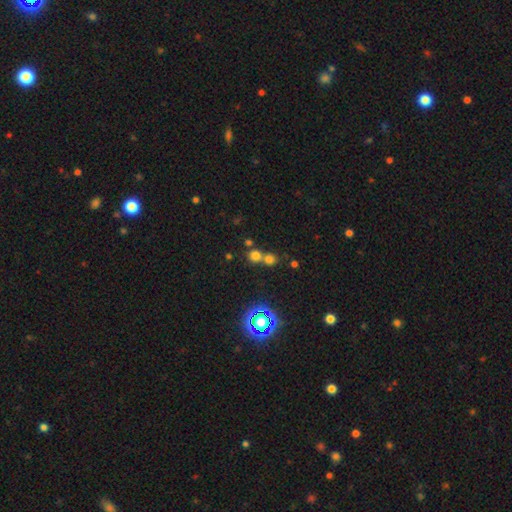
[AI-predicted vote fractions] This appears to be a smooth galaxy with no disk features (65%) that is round (87%). Merging: none (48%).